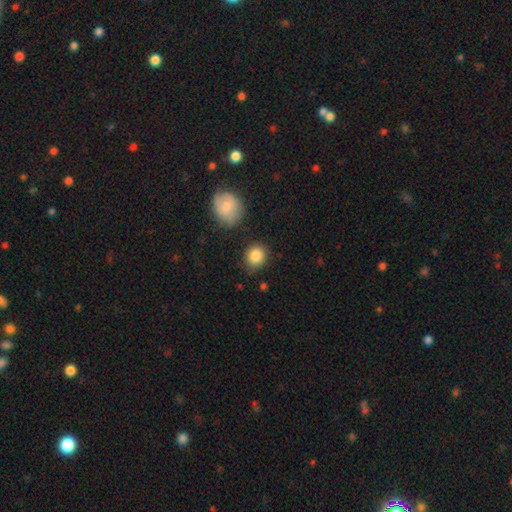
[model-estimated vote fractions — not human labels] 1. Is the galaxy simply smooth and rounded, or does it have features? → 87% smooth, 8% star or artifact, 5% featured or disk.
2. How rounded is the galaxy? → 76% round, 23% in between, 1% cigar-shaped.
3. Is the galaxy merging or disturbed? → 81% none, 12% minor disturbance, 3% merger, 3% major disturbance.